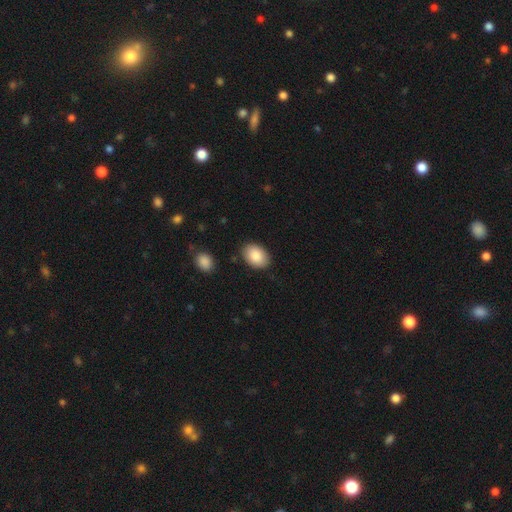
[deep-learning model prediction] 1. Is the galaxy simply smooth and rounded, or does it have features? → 87% smooth, 6% star or artifact, 6% featured or disk.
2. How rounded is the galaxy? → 84% in between, 15% round, 1% cigar-shaped.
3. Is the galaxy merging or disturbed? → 86% none, 9% minor disturbance, 2% major disturbance, 2% merger.